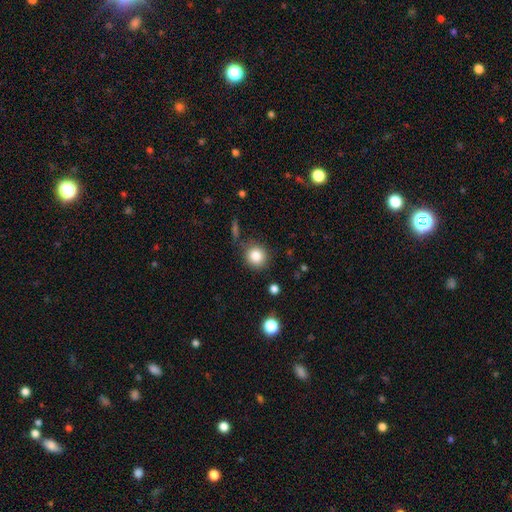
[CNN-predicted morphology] A smooth galaxy with no disk features (84%) that is round (89%). Merging: none (84%).